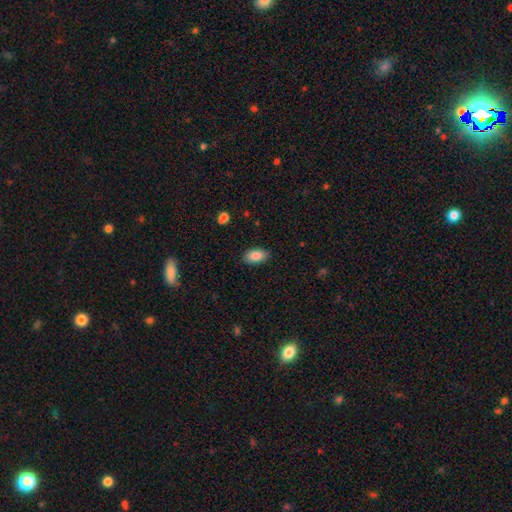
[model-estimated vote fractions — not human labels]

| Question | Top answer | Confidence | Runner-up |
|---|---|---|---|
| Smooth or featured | smooth | 87% | star or artifact (7%) |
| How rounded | in between | 93% | round (5%) |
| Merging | none | 87% | minor disturbance (10%) |